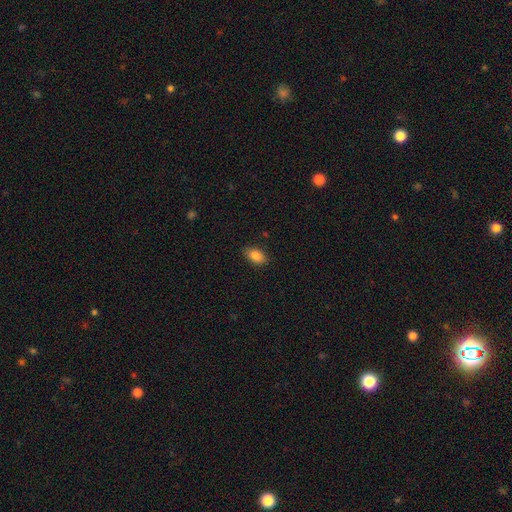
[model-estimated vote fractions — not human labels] Smooth or featured: smooth — 85% (star or artifact — 8%)
How rounded: in between — 89% (round — 9%)
Merging: none — 85% (minor disturbance — 11%)